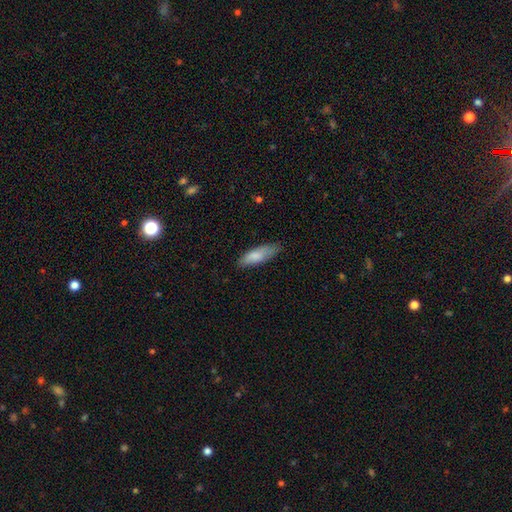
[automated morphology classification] Overall: smooth (81%). How rounded: in between (56%; cigar-shaped 42%). Merging: none (73%).